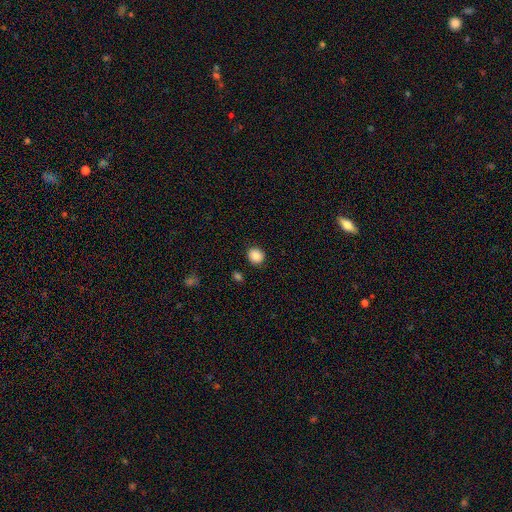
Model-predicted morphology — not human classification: This is clearly a smooth galaxy (87%). How rounded: clearly round (82%). Merging: clearly none (89%).